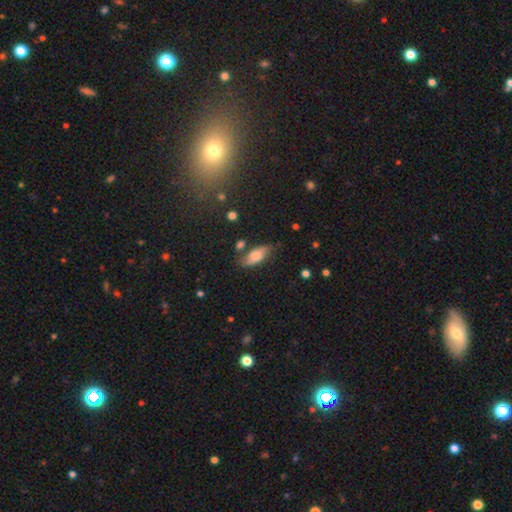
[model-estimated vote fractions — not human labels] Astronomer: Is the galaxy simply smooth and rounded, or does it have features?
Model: smooth — 62%.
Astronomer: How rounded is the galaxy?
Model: in between — 80%.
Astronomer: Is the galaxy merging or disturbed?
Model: none — 64%.